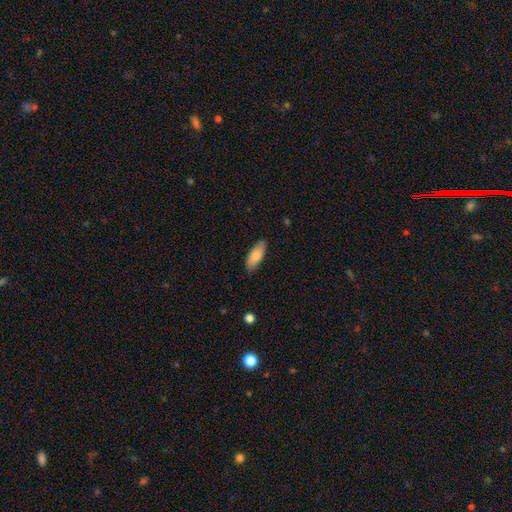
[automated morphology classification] This is clearly a smooth galaxy (82%). How rounded: likely in between (76%). Merging: clearly none (84%).